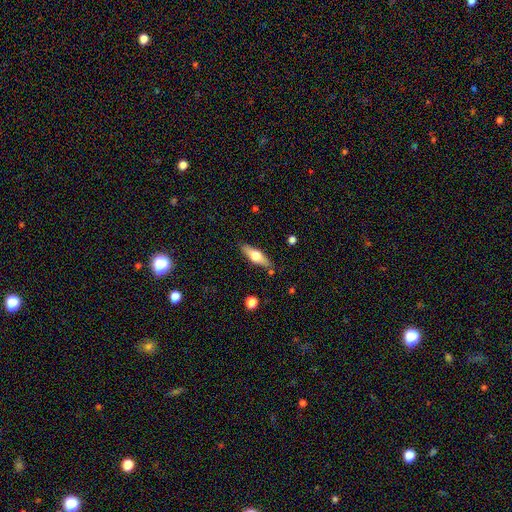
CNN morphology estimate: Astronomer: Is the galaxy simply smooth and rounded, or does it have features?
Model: smooth — 51% (runner-up: featured or disk, 43%).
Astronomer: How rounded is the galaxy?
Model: cigar-shaped — 50% (runner-up: in between, 47%).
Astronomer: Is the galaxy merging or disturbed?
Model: none — 84%.